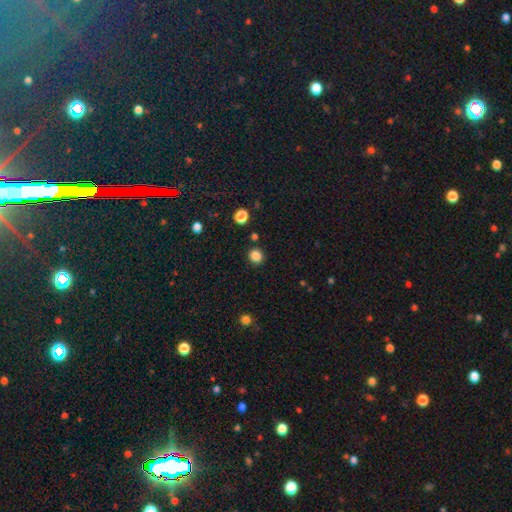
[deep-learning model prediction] Smooth or featured: smooth — 84% (star or artifact — 12%)
How rounded: round — 87% (in between — 12%)
Merging: none — 88% (minor disturbance — 6%)